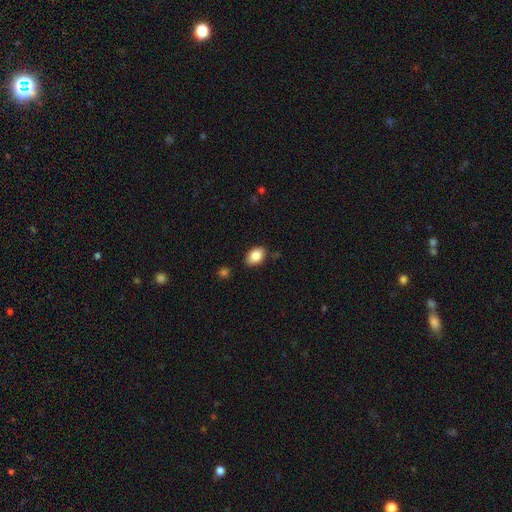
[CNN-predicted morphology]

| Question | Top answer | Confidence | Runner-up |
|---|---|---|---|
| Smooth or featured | smooth | 85% | star or artifact (8%) |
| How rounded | in between | 85% | round (14%) |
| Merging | none | 84% | minor disturbance (11%) |